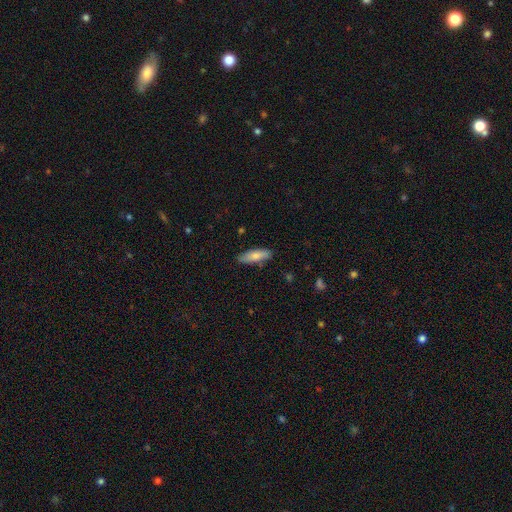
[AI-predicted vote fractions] Smooth or featured: smooth — 76% (featured or disk — 18%)
How rounded: in between — 57% (cigar-shaped — 41%)
Merging: none — 85% (minor disturbance — 12%)